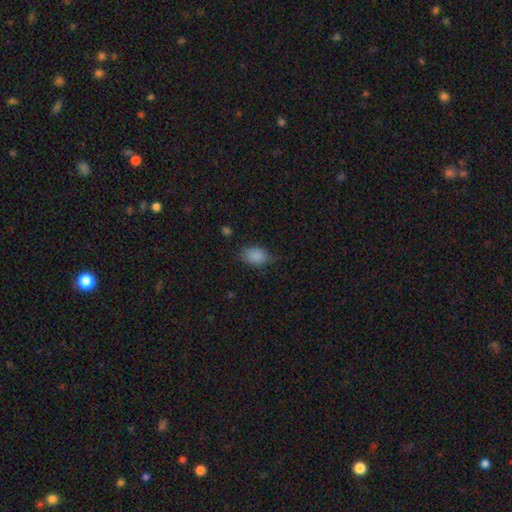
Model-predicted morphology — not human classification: Smooth or featured? Predicted: smooth (p=0.86). How rounded? Predicted: in between (p=0.82). Merging? Predicted: none (p=0.66).